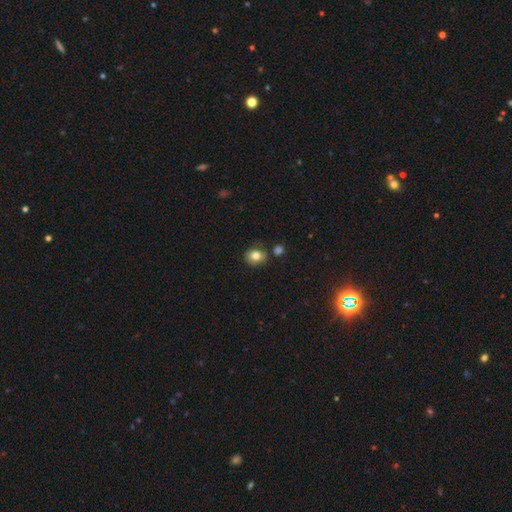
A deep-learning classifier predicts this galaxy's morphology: smooth 81%, star or artifact 10%, featured or disk 8%. Down the decision tree: how rounded — round (67%); merging — none (74%).